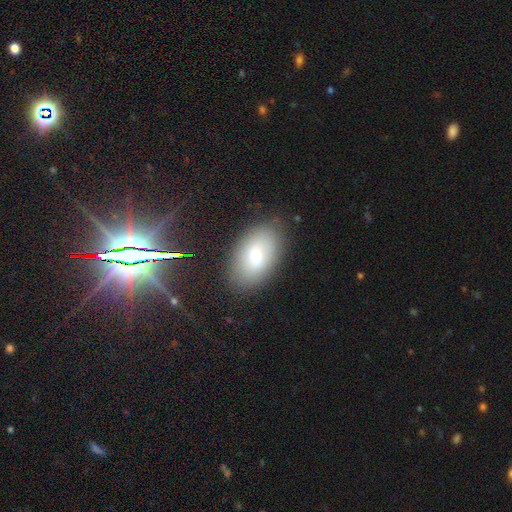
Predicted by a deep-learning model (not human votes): Smooth or featured: smooth — 71% (featured or disk — 19%)
How rounded: in between — 90% (round — 8%)
Merging: none — 85% (minor disturbance — 10%)